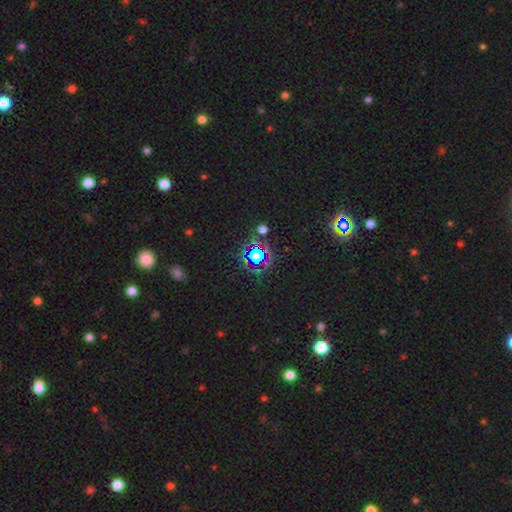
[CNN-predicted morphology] Overall: star or artifact (67%).